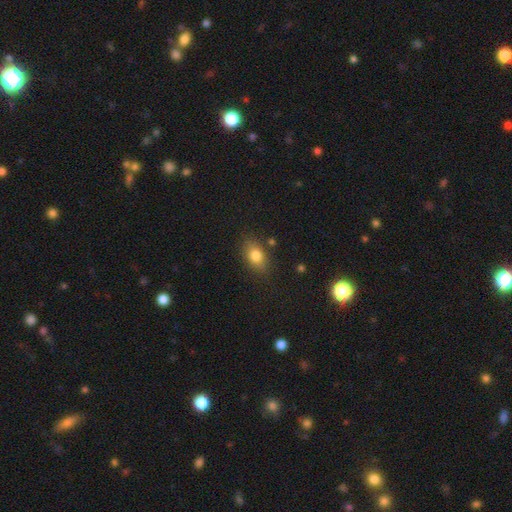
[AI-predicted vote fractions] Q: Smooth or featured?
A: smooth (81%); runner-up: star or artifact (10%)
Q: How rounded?
A: in between (81%); runner-up: round (16%)
Q: Merging?
A: none (81%); runner-up: minor disturbance (13%)